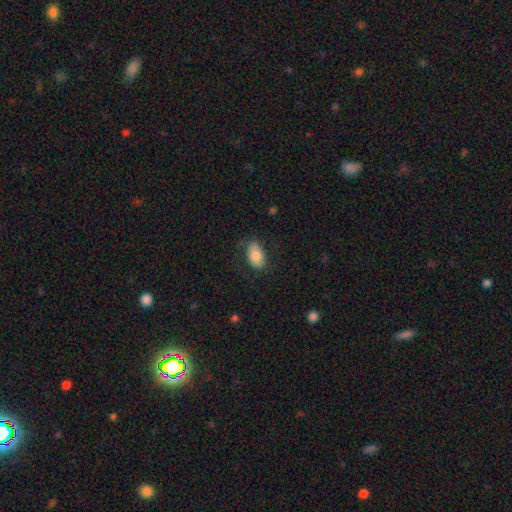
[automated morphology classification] A smooth galaxy with no disk features (75%) that is in between round and cigar-shaped (91%). Merging: none (70%).